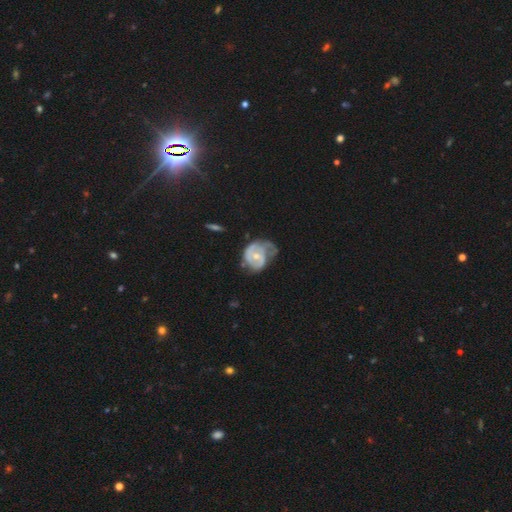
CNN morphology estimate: Smooth or featured?
  - featured or disk: 71% *
  - smooth: 23%
  - star or artifact: 5%
Edge-on disk?
  - no: 98% *
  - yes: 2%
Bar?
  - no: 68% *
  - weak: 26%
  - strong: 6%
Spiral arms?
  - yes: 77% *
  - no: 23%
Spiral winding?
  - tight: 46% *
  - medium: 34%
  - loose: 19%
Spiral arm count?
  - 2: 41% *
  - 1: 25%
  - can't tell: 25%
  - 3: 6%
  - 4: 2%
  - more than 4: 2%
Bulge size?
  - small: 49% *
  - moderate: 47%
  - large: 2%
  - none: 2%
  - dominant: 1%
Merging?
  - major disturbance: 38% *
  - minor disturbance: 31%
  - none: 28%
  - merger: 3%